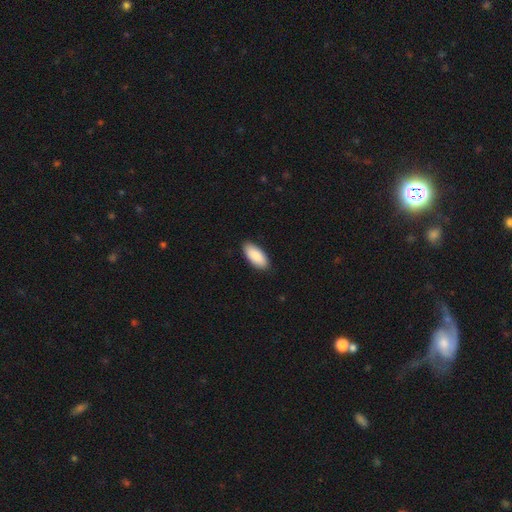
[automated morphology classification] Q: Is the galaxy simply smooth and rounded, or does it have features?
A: smooth — 89%.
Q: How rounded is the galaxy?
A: in between — 89%.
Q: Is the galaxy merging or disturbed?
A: none — 89%.